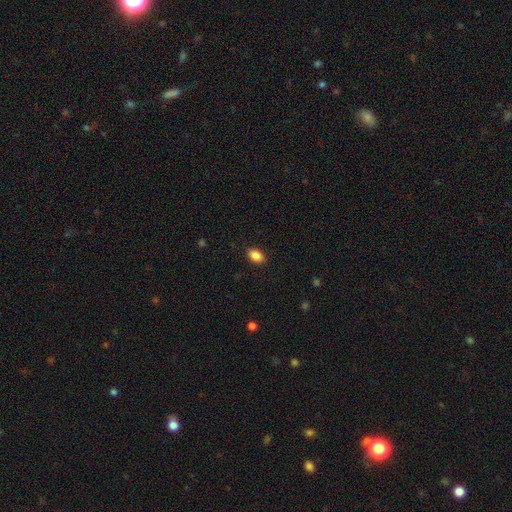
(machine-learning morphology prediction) This appears to be a smooth galaxy with no disk features (88%) that is in between round and cigar-shaped (87%). Merging: none (89%).